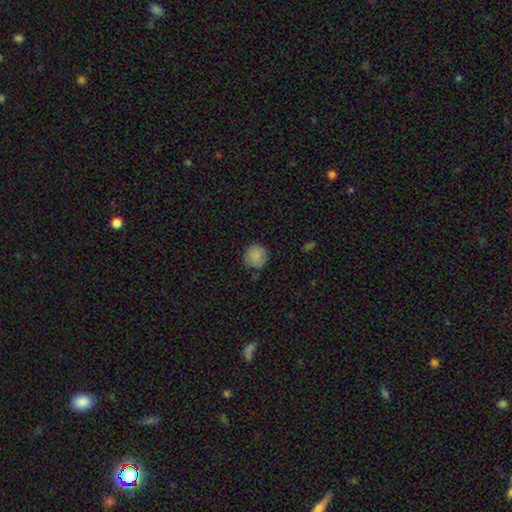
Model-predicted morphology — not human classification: Q: Smooth or featured?
A: smooth (84%); runner-up: star or artifact (9%)
Q: How rounded?
A: round (89%); runner-up: in between (10%)
Q: Merging?
A: none (74%); runner-up: minor disturbance (20%)